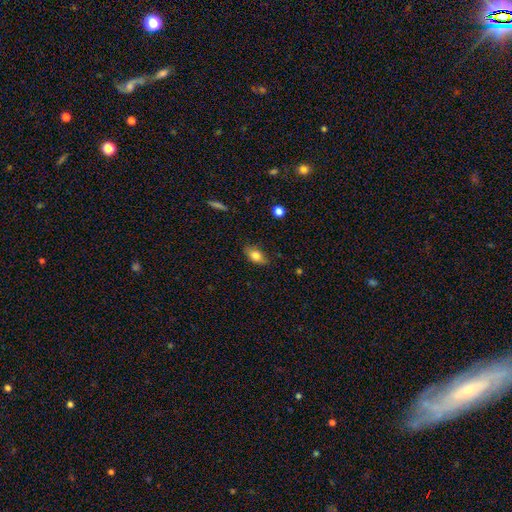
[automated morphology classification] type=smooth (79%); roundness=in between (86%); merging=none (82%).